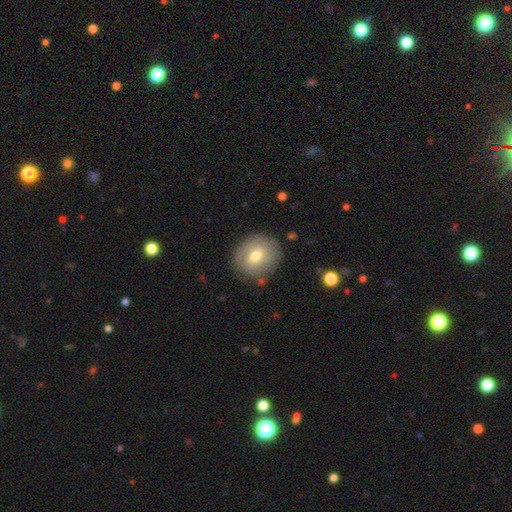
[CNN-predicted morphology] A smooth galaxy with no disk features (52%) that is round (74%).

Vote fractions:
- Smooth or featured? smooth: 52% / featured or disk: 40% / star or artifact: 8%
- How rounded? round: 74% / in between: 25% / cigar-shaped: 1%
- Merging? none: 80% / minor disturbance: 14% / major disturbance: 4% / merger: 2%